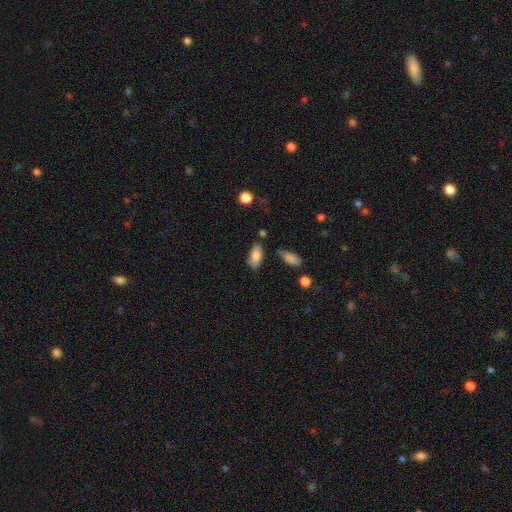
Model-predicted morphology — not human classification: Smooth or featured?
  - smooth: 82% *
  - featured or disk: 11%
  - star or artifact: 7%
How rounded?
  - in between: 90% *
  - cigar-shaped: 7%
  - round: 3%
Merging?
  - none: 67% *
  - minor disturbance: 22%
  - merger: 6%
  - major disturbance: 5%